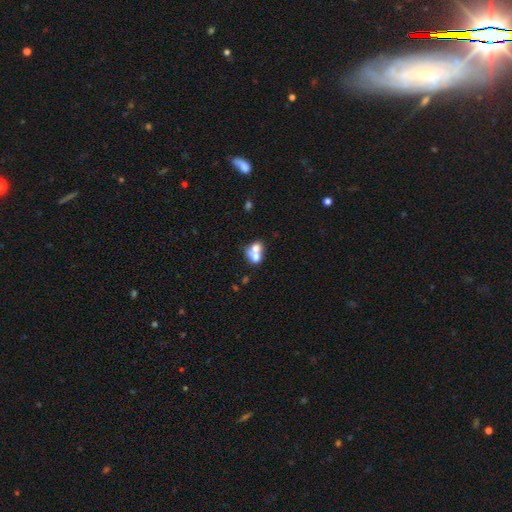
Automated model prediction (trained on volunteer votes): Morphology: type=smooth (66%); roundness=round (52%); merging=merger (71%).